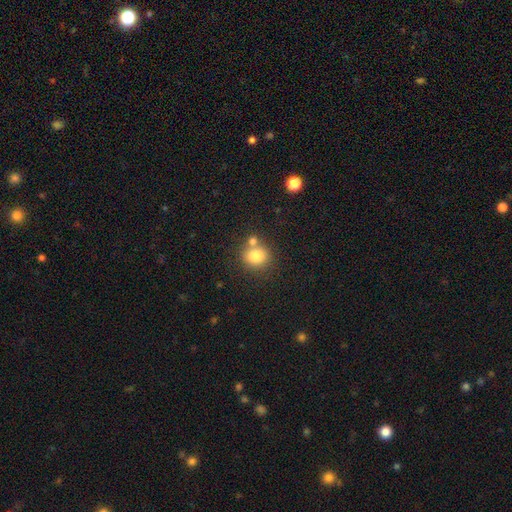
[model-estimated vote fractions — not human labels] Overall: smooth (81%). How rounded: round (80%). Merging: none (62%; merger 24%).